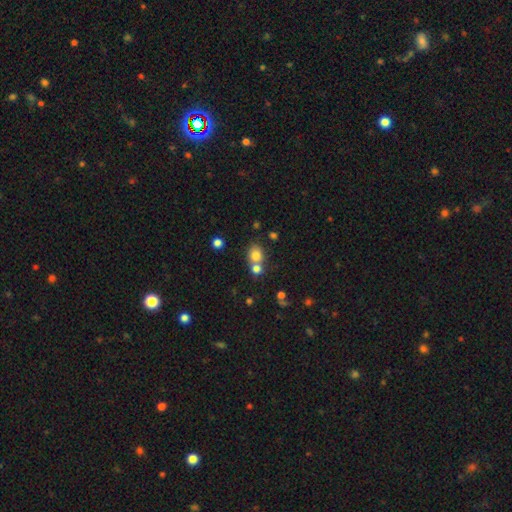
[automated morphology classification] Smooth or featured? Predicted: smooth (p=0.78). How rounded? Predicted: round (p=0.66). Merging? Predicted: none (p=0.48).